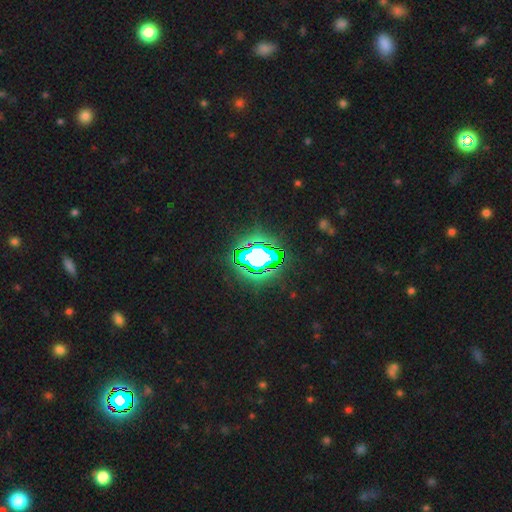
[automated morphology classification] Q: Smooth or featured?
A: star or artifact (70%); runner-up: smooth (16%)